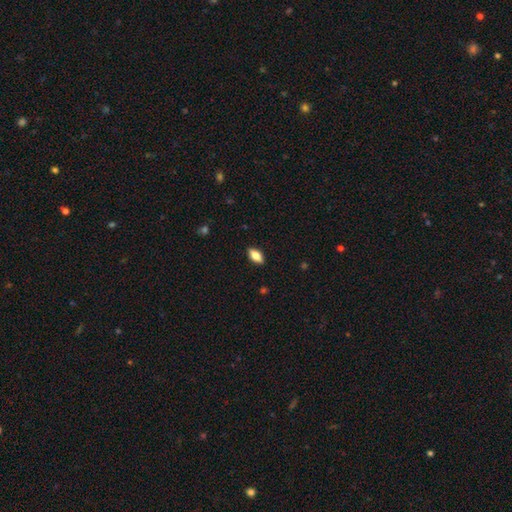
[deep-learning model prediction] Smooth or featured: smooth — 77% (featured or disk — 16%)
How rounded: in between — 87% (cigar-shaped — 10%)
Merging: none — 88% (minor disturbance — 9%)